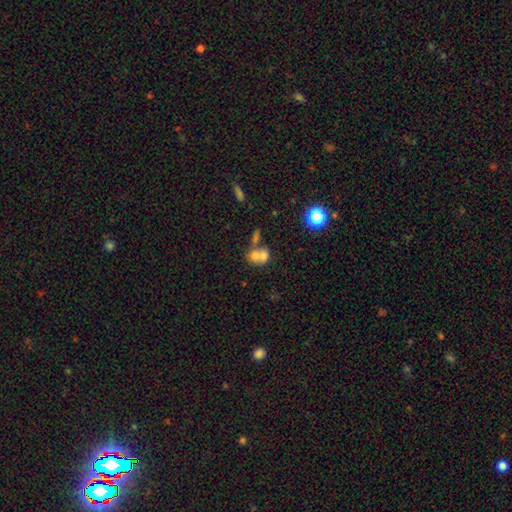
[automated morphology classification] Smooth or featured? smooth (65%)
How rounded? round (54%)
Merging? merger (67%)